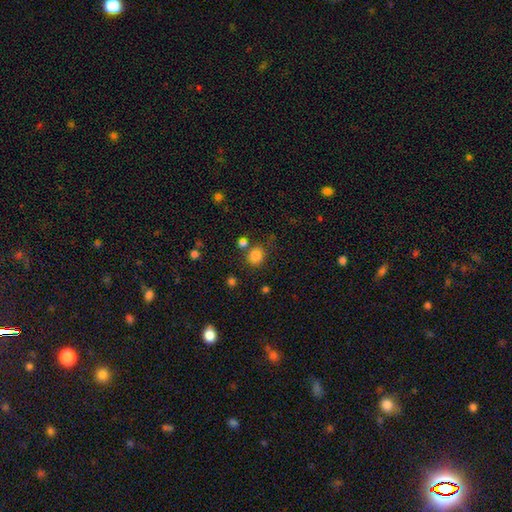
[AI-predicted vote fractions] smooth-or-featured: smooth: 83% | star or artifact: 13% | featured or disk: 5%
  how-rounded: round: 79% | in between: 20% | cigar-shaped: 1%
  merging: none: 75% | minor disturbance: 11% | merger: 10% | major disturbance: 4%